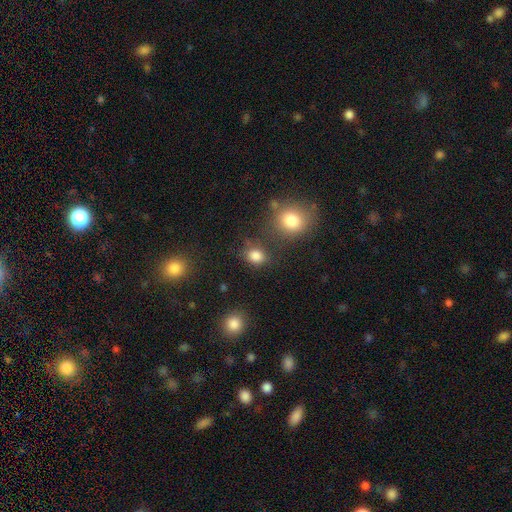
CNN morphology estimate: Q: Smooth or featured?
A: smooth (83%); runner-up: star or artifact (12%)
Q: How rounded?
A: in between (51%); runner-up: round (48%)
Q: Merging?
A: none (70%); runner-up: minor disturbance (15%)